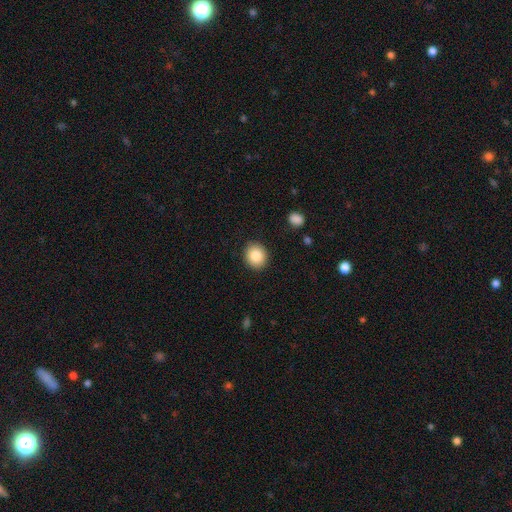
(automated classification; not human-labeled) Smooth or featured?
  - smooth: 85% *
  - star or artifact: 9%
  - featured or disk: 7%
How rounded?
  - round: 78% *
  - in between: 21%
  - cigar-shaped: 1%
Merging?
  - none: 90% *
  - minor disturbance: 7%
  - major disturbance: 2%
  - merger: 1%